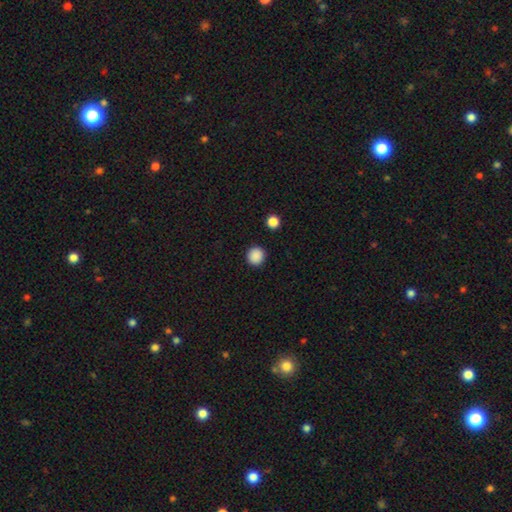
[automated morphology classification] Smooth or featured? Predicted: smooth (p=0.88). How rounded? Predicted: round (p=0.94). Merging? Predicted: none (p=0.92).